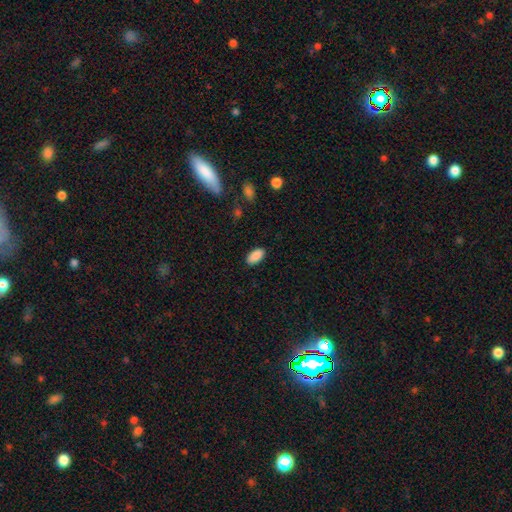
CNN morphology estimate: smooth 90%, star or artifact 7%, featured or disk 3%. Down the decision tree: how rounded — in between (92%); merging — none (88%).